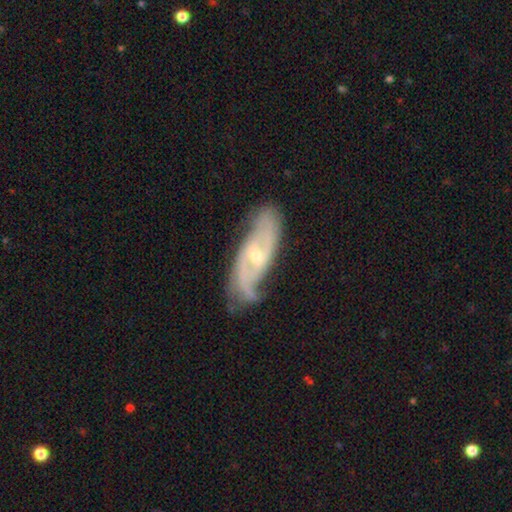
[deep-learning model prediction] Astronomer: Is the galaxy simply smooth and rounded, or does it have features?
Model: featured or disk — 87%.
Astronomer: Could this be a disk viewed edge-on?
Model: no — 91%.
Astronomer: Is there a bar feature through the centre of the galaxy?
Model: weak — 53%.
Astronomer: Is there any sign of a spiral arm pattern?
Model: yes — 97%.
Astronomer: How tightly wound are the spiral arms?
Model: medium — 49% (runner-up: tight, 28%).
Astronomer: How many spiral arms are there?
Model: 2 — 77%.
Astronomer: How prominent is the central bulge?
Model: small — 60%.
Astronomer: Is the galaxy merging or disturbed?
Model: none — 70%.